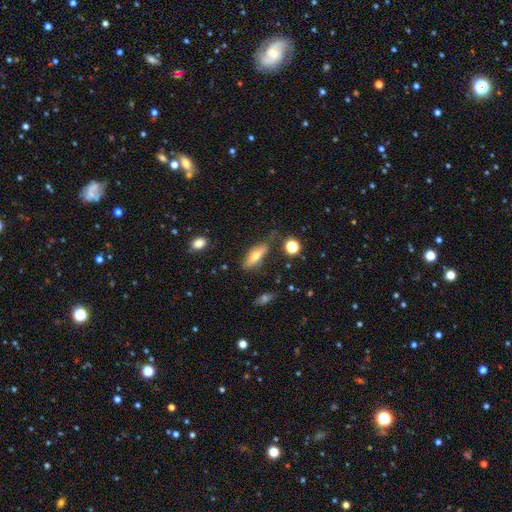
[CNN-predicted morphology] Smooth or featured?
  - smooth: 56% *
  - featured or disk: 35%
  - star or artifact: 8%
How rounded?
  - in between: 57% *
  - cigar-shaped: 41%
  - round: 3%
Merging?
  - none: 66% *
  - minor disturbance: 23%
  - major disturbance: 7%
  - merger: 4%